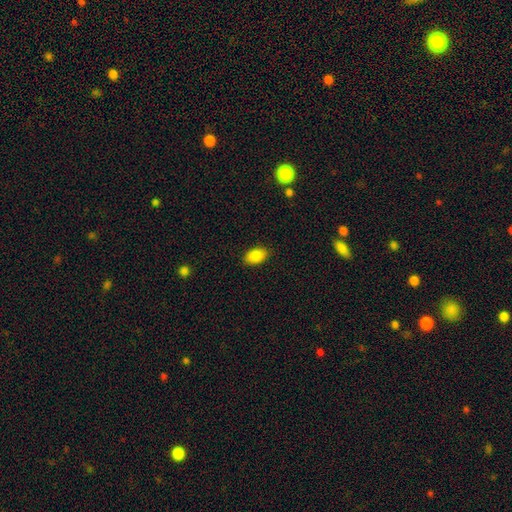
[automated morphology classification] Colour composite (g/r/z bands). It shows a smooth galaxy with no disk features (86%) that is in between round and cigar-shaped (87%). Merging: none (87%).